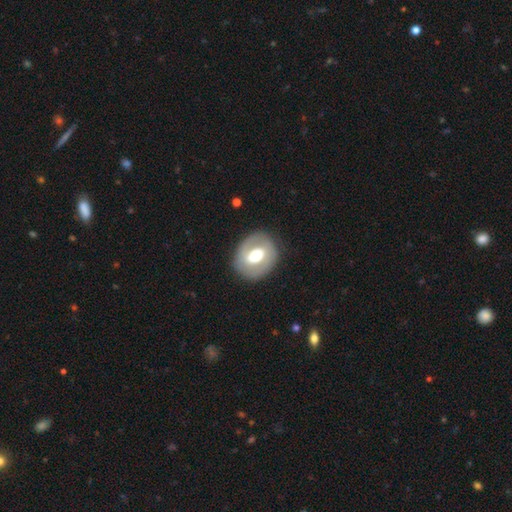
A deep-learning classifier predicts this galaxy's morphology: type=featured or disk (50%); edge-on=no (94%); merging=none (82%).